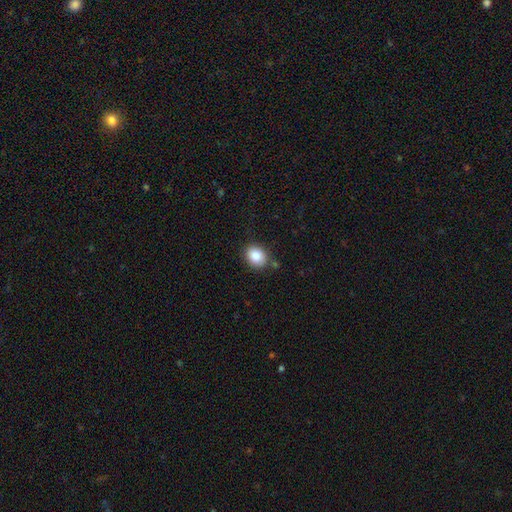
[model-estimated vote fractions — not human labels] Smooth or featured? smooth (87%)
How rounded? in between (51%)
Merging? none (82%)